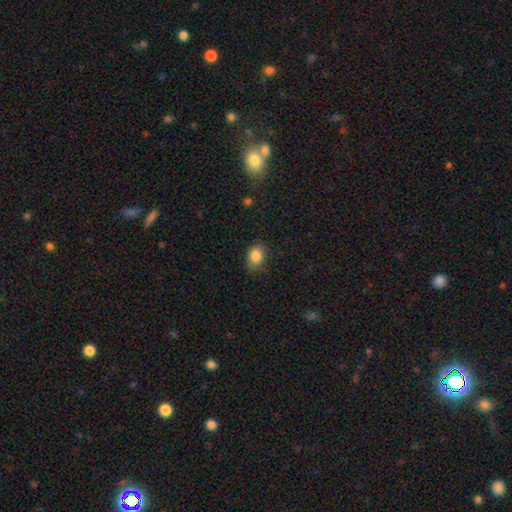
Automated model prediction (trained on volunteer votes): The model was most divided on "how rounded": in between: 59%, round: 40%, cigar-shaped: 1%. More confident: smooth or featured — smooth (85%); merging — none (69%).